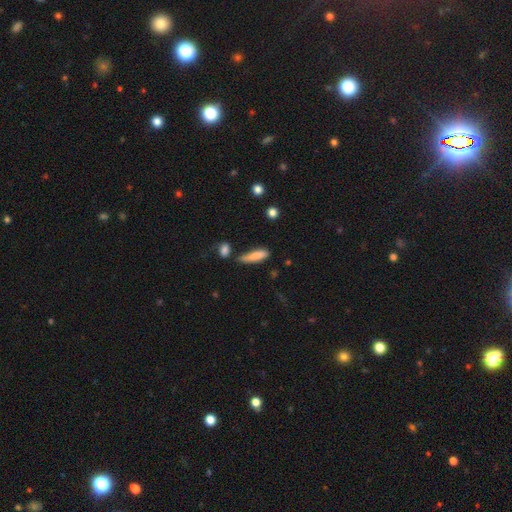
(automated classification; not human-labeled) smooth-or-featured: smooth: 80% | featured or disk: 13% | star or artifact: 7%
  how-rounded: cigar-shaped: 73% | in between: 26% | round: 2%
  merging: none: 54% | minor disturbance: 26% | merger: 11% | major disturbance: 8%